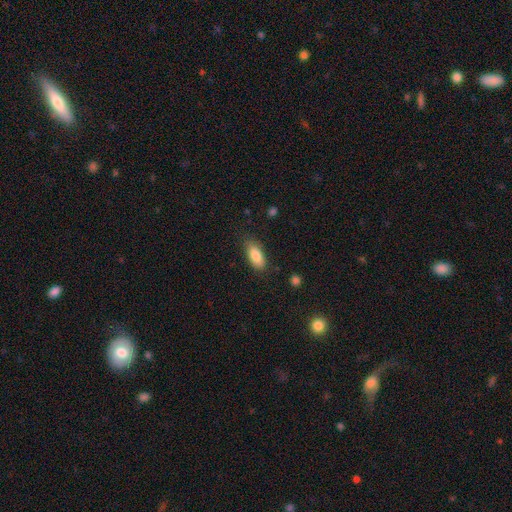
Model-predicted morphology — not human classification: type=smooth (85%); roundness=in between (85%); merging=none (80%).